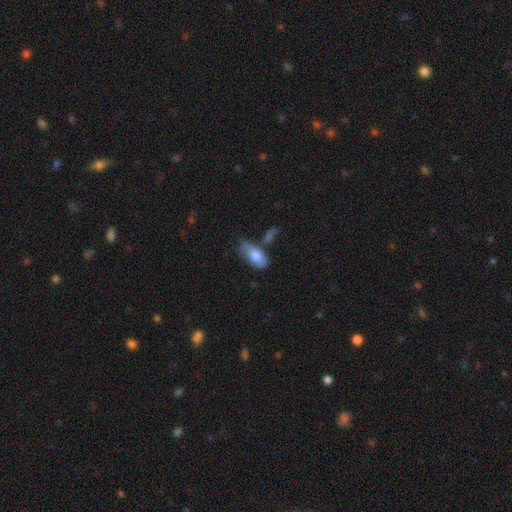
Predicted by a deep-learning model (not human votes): Q: Smooth or featured?
A: smooth (76%); runner-up: featured or disk (17%)
Q: How rounded?
A: in between (90%); runner-up: cigar-shaped (7%)
Q: Merging?
A: none (42%); runner-up: minor disturbance (29%)